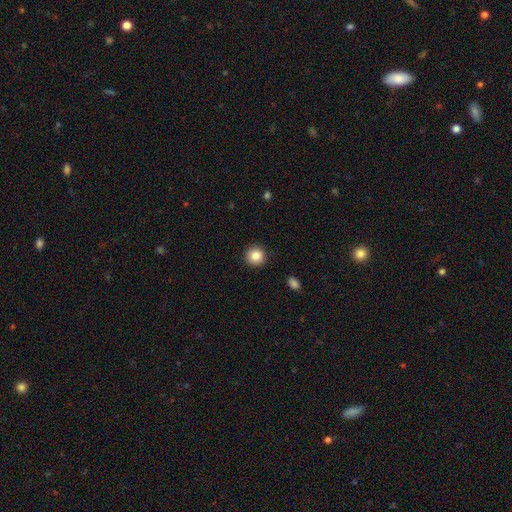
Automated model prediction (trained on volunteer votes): This is clearly a smooth galaxy (85%). How rounded: clearly round (94%). Merging: clearly none (91%).